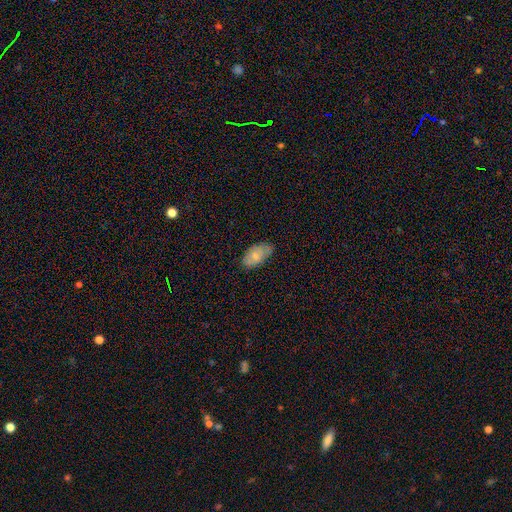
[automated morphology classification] A smooth galaxy with no disk features (67%) that is in between round and cigar-shaped (94%). Merging: none (70%).